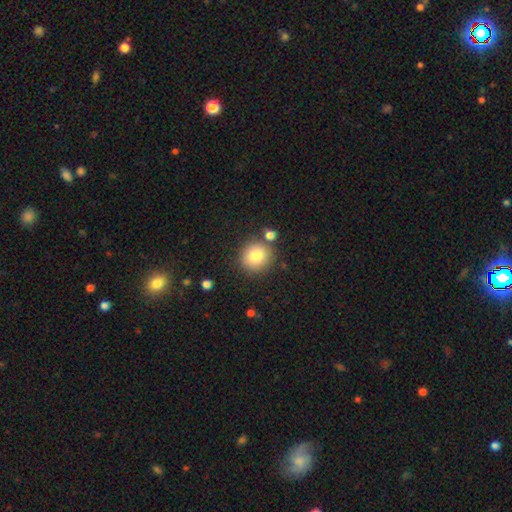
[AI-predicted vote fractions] The model was most divided on "merging": none: 78%, minor disturbance: 10%, merger: 9%, major disturbance: 3%. More confident: how rounded — round (88%); smooth or featured — smooth (82%).